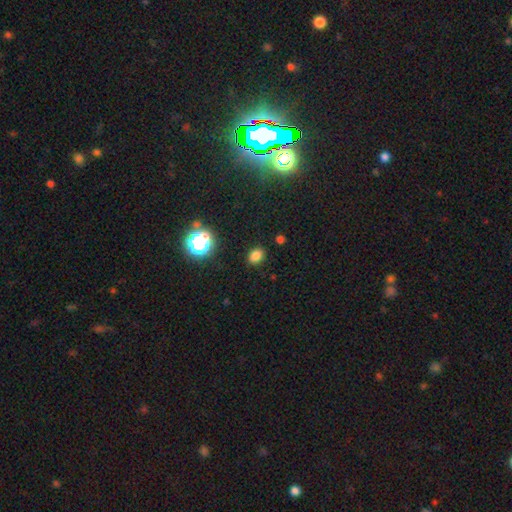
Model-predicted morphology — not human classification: smooth_or_featured: smooth (p=0.78) [alt: star or artifact p=0.18]
how_rounded: in between (p=0.62) [alt: round p=0.36]
merging: none (p=0.86) [alt: minor disturbance p=0.10]